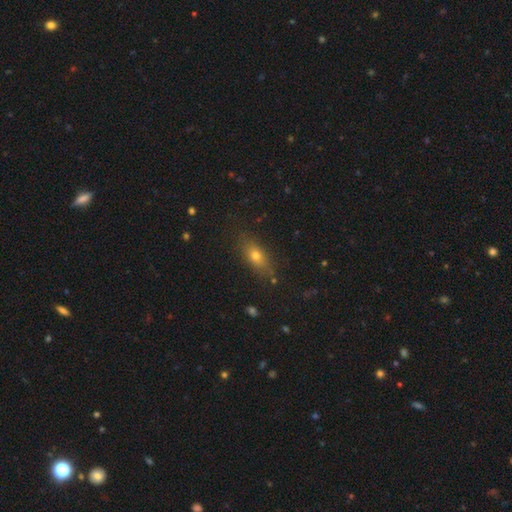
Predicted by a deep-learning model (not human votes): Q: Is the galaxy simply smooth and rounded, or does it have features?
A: smooth — 66%.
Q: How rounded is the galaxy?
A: in between — 65%.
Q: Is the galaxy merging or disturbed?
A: none — 81%.